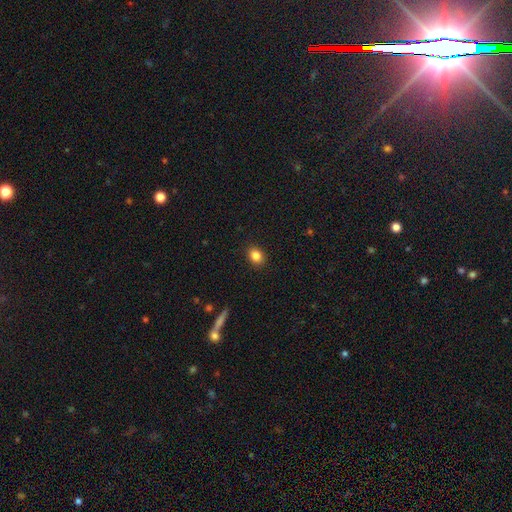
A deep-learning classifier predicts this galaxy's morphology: The model was most divided on "how rounded": in between: 58%, round: 41%, cigar-shaped: 1%. More confident: merging — none (90%); smooth or featured — smooth (85%).